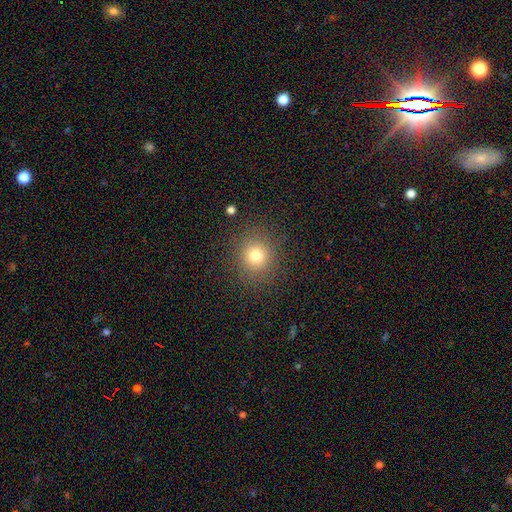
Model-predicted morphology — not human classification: Q: Smooth or featured?
A: smooth (76%); runner-up: star or artifact (16%)
Q: How rounded?
A: round (87%); runner-up: in between (12%)
Q: Merging?
A: none (87%); runner-up: minor disturbance (8%)